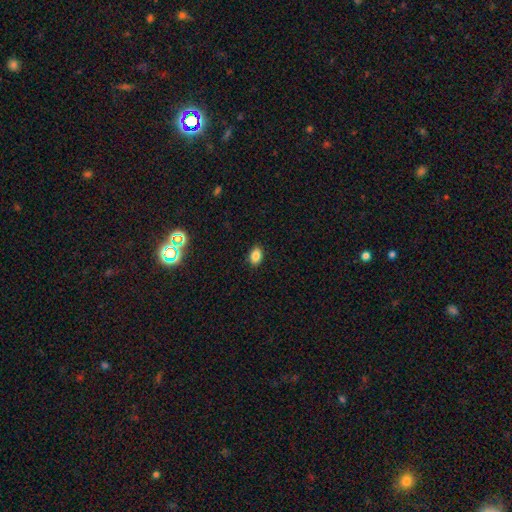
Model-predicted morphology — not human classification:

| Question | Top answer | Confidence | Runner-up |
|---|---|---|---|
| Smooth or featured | smooth | 85% | star or artifact (10%) |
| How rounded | in between | 82% | round (17%) |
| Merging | none | 89% | minor disturbance (8%) |